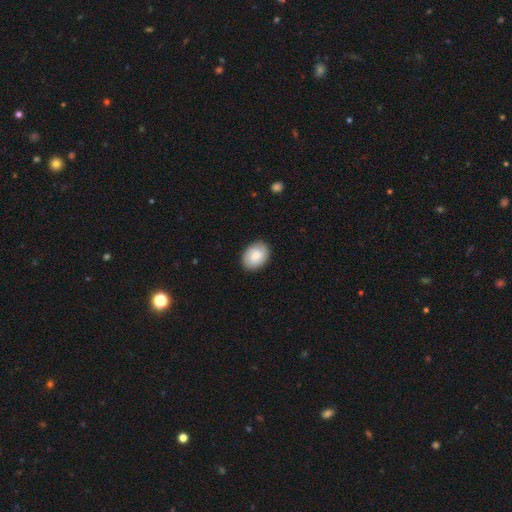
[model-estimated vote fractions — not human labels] Morphology: type=smooth (79%); roundness=in between (71%); merging=none (88%).